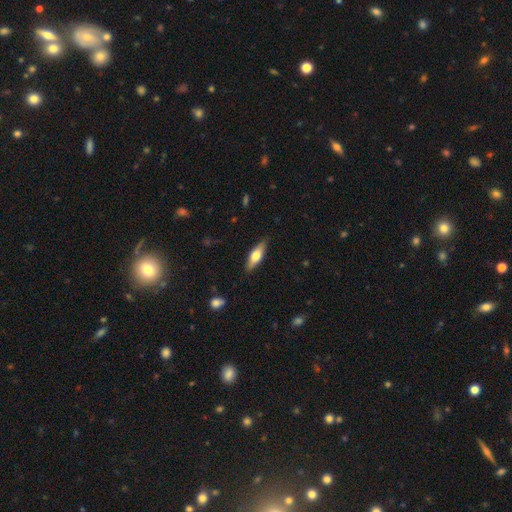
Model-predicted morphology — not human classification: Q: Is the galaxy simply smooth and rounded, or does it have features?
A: smooth — 61%.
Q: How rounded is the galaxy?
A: in between — 56%.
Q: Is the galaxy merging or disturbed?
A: none — 84%.